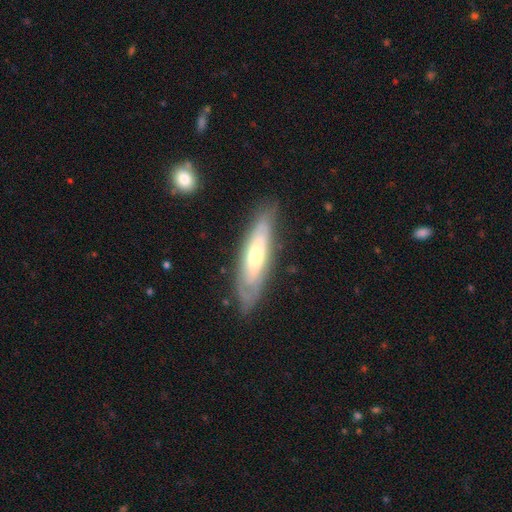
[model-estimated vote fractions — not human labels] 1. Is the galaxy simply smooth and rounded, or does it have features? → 58% featured or disk, 36% smooth, 6% star or artifact.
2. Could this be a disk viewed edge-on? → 59% no, 41% yes.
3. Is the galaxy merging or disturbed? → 76% none, 17% minor disturbance, 5% major disturbance, 2% merger.